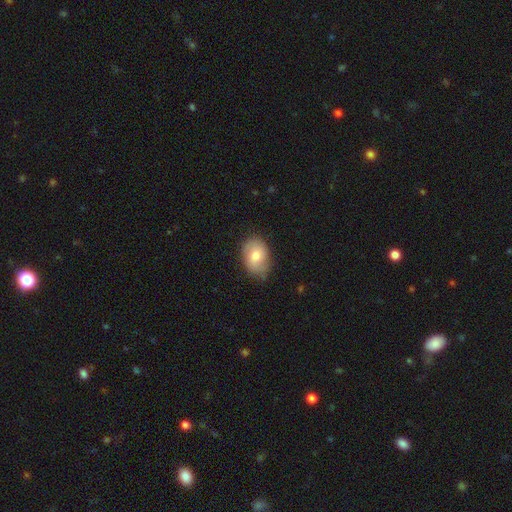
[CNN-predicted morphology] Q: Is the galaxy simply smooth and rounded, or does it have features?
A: smooth — 71%.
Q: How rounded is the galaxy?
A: in between — 76%.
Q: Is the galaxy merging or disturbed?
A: none — 75%.